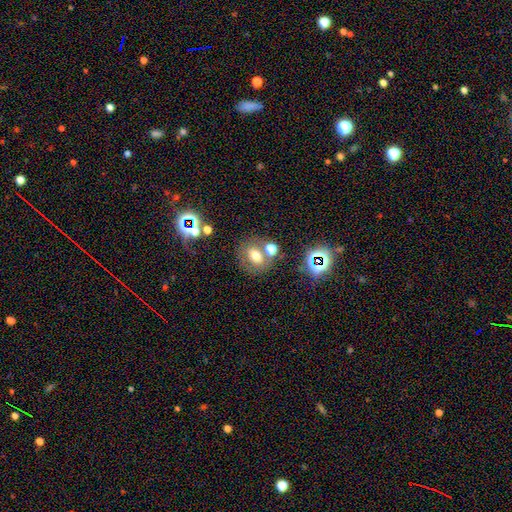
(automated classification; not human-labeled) Smooth or featured?
  - smooth: 58% *
  - featured or disk: 22%
  - star or artifact: 20%
How rounded?
  - round: 51% *
  - in between: 47%
  - cigar-shaped: 1%
Merging?
  - none: 59% *
  - merger: 22%
  - minor disturbance: 13%
  - major disturbance: 7%